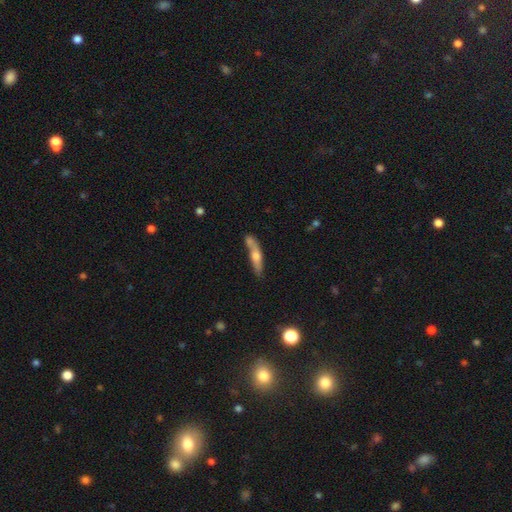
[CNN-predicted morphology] Smooth or featured?
  - smooth: 49% *
  - featured or disk: 44%
  - star or artifact: 7%
Merging?
  - none: 55% *
  - merger: 21%
  - minor disturbance: 18%
  - major disturbance: 6%